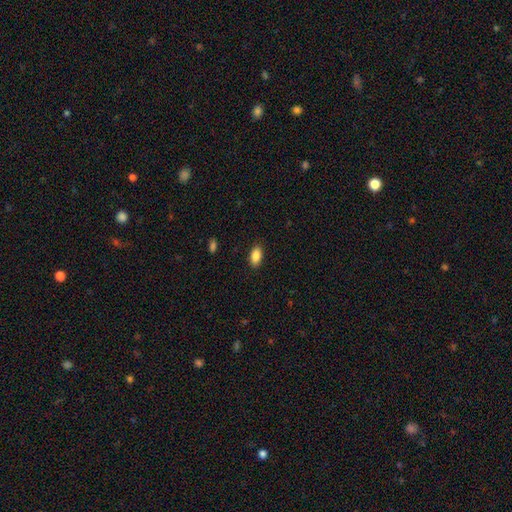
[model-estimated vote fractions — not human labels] smooth_or_featured: smooth (p=0.88) [alt: star or artifact p=0.07]
how_rounded: in between (p=0.91) [alt: cigar-shaped p=0.05]
merging: none (p=0.88) [alt: minor disturbance p=0.08]